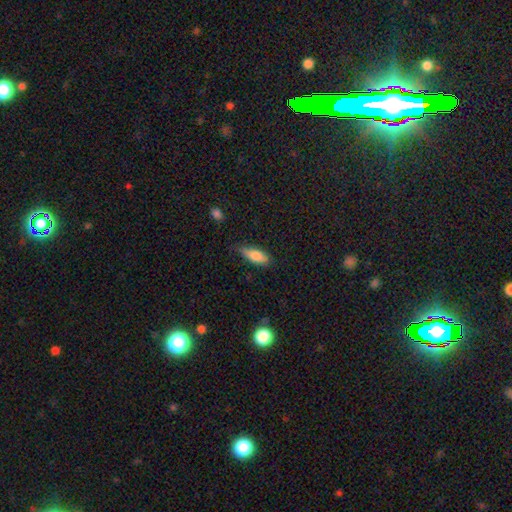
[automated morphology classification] Smooth or featured? Predicted: smooth (p=0.76). How rounded? Predicted: in between (p=0.63). Merging? Predicted: none (p=0.70).